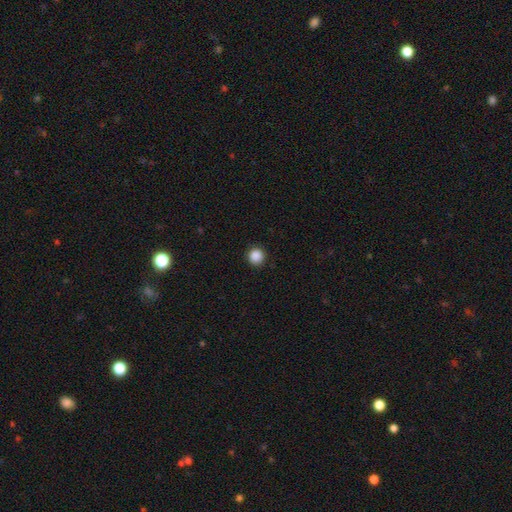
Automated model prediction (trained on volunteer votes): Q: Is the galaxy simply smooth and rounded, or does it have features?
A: smooth — 88%.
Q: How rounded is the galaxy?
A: round — 95%.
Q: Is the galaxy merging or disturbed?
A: none — 92%.